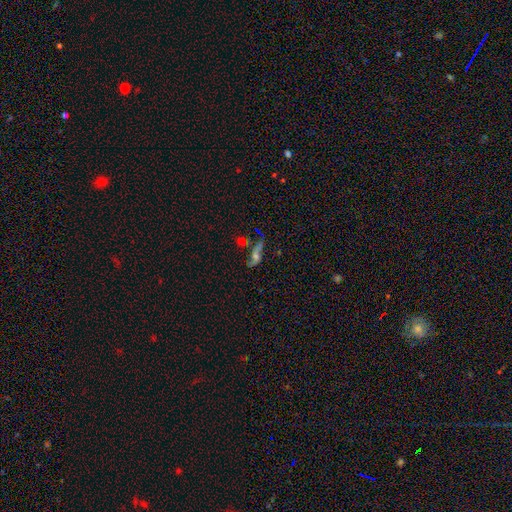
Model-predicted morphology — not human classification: Smooth or featured? Predicted: featured or disk (p=0.63). Edge-on disk? Predicted: no (p=0.69). Merging? Predicted: none (p=0.46).